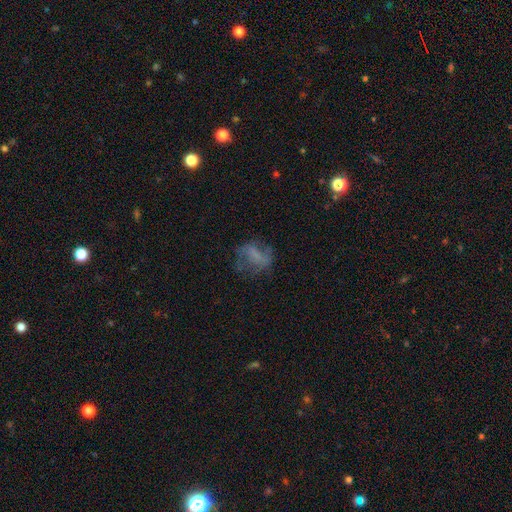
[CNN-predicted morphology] smooth_or_featured: featured or disk (p=0.45) [alt: smooth p=0.40]
merging: none (p=0.51) [alt: major disturbance p=0.25]